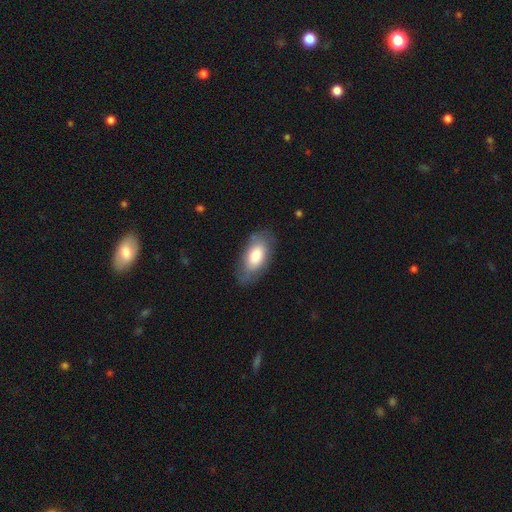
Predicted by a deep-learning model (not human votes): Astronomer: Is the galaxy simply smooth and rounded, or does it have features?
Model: smooth — 78%.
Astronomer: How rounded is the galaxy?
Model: in between — 93%.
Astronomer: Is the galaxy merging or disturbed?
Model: none — 75%.